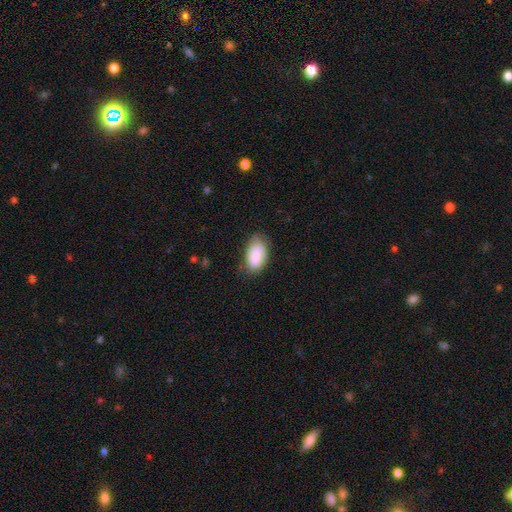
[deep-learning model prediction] This is clearly a smooth galaxy (83%). How rounded: clearly in between (94%). Merging: likely none (66%).